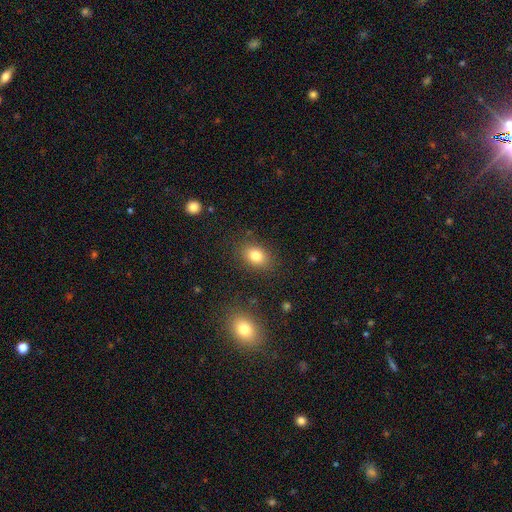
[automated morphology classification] smooth_or_featured: smooth (p=0.80) [alt: star or artifact p=0.11]
how_rounded: in between (p=0.74) [alt: round p=0.25]
merging: none (p=0.84) [alt: minor disturbance p=0.10]